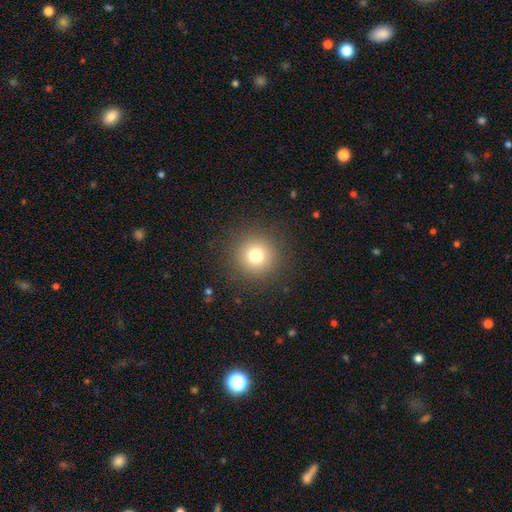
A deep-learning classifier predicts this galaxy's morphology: Smooth or featured: smooth — 76% (star or artifact — 15%)
How rounded: round — 96% (in between — 3%)
Merging: none — 91% (minor disturbance — 5%)